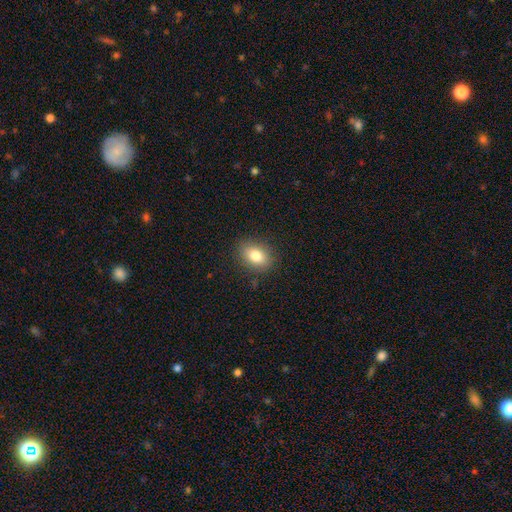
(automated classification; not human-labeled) smooth-or-featured: smooth: 81% | featured or disk: 10% | star or artifact: 9%
  how-rounded: in between: 74% | round: 25% | cigar-shaped: 2%
  merging: none: 87% | minor disturbance: 9% | major disturbance: 3% | merger: 1%